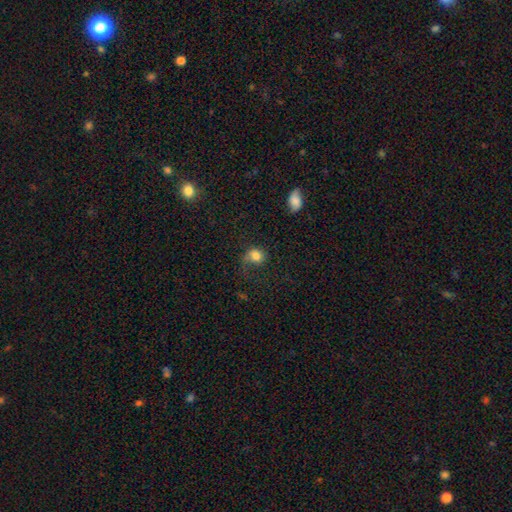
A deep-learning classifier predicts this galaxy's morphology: This appears to be a smooth galaxy with no disk features (73%) that is round (65%). Merging: none (40%).